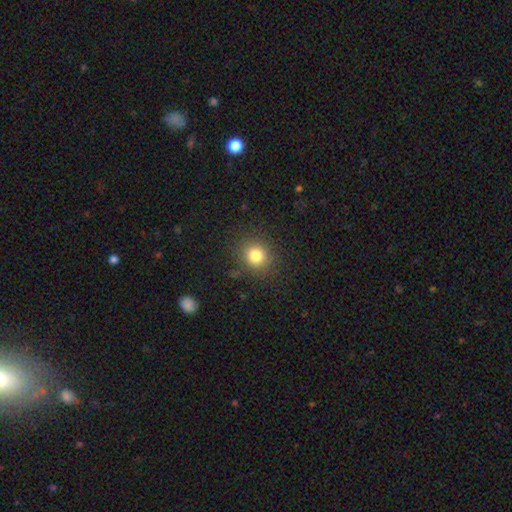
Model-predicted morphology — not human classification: This appears to be a smooth galaxy with no disk features (81%) that is round (85%). Merging: none (86%).